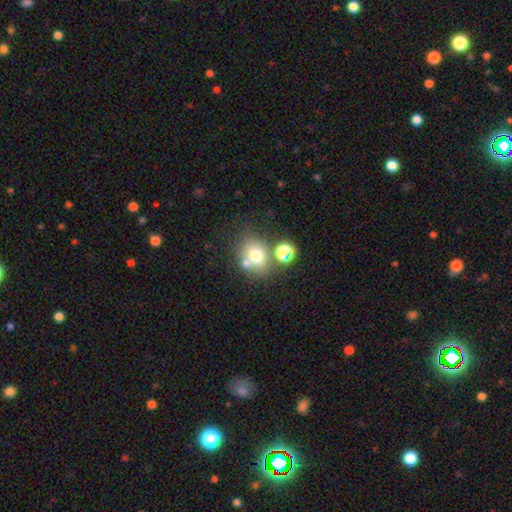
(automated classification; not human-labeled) Q: Smooth or featured?
A: smooth (68%); runner-up: featured or disk (17%)
Q: How rounded?
A: round (61%); runner-up: in between (38%)
Q: Merging?
A: none (54%); runner-up: merger (27%)